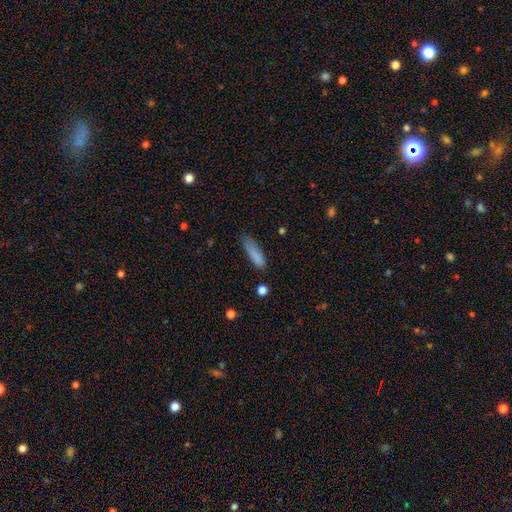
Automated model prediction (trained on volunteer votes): Smooth or featured? smooth (84%)
How rounded? cigar-shaped (65%)
Merging? none (62%)